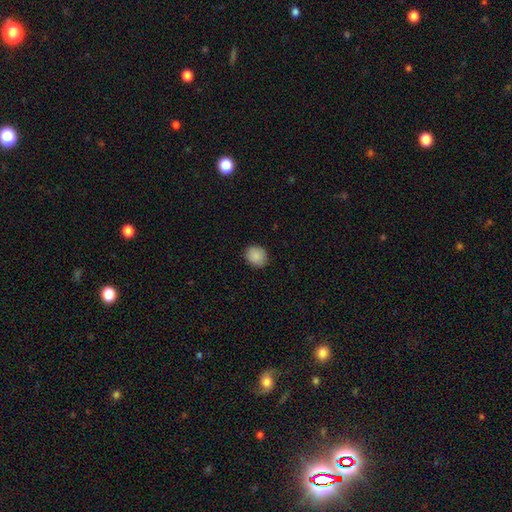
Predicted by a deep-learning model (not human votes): Smooth or featured: smooth — 89% (star or artifact — 8%)
How rounded: round — 73% (in between — 26%)
Merging: none — 89% (minor disturbance — 8%)